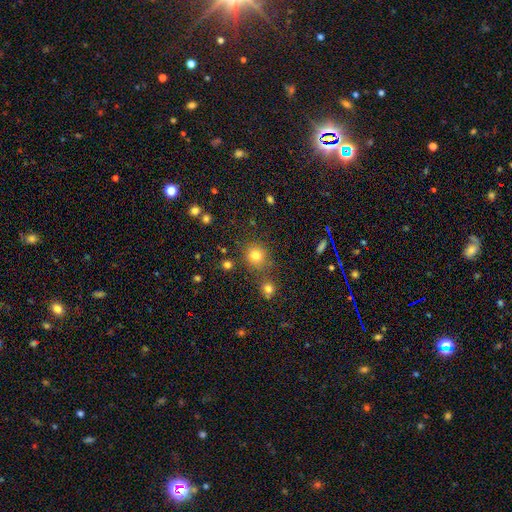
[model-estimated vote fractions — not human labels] smooth 78%, star or artifact 15%, featured or disk 7%. Down the decision tree: how rounded — round (88%); merging — none (77%).